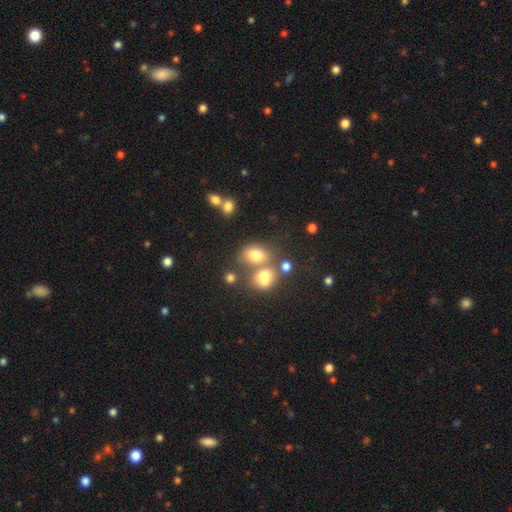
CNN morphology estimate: This is likely a smooth galaxy (73%). How rounded: likely in between (63%). Merging: possibly none (45%).